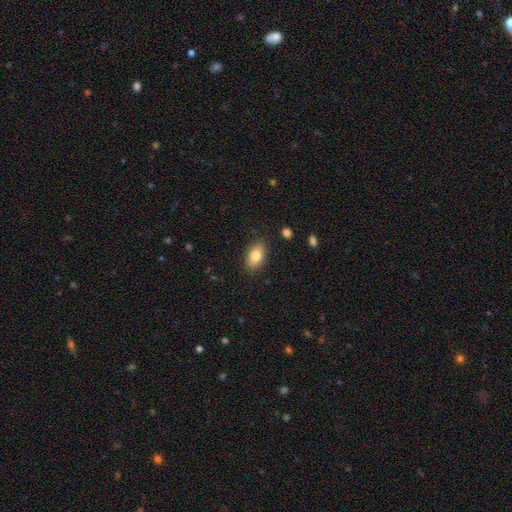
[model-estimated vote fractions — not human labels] smooth 81%, featured or disk 11%, star or artifact 8%. Down the decision tree: how rounded — in between (88%); merging — none (85%).